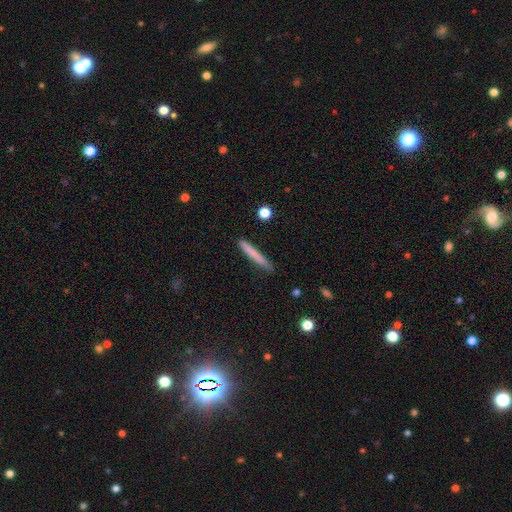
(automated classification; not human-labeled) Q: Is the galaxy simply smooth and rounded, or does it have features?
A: smooth — 72%.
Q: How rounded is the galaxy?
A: cigar-shaped — 96%.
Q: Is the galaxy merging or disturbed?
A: none — 86%.